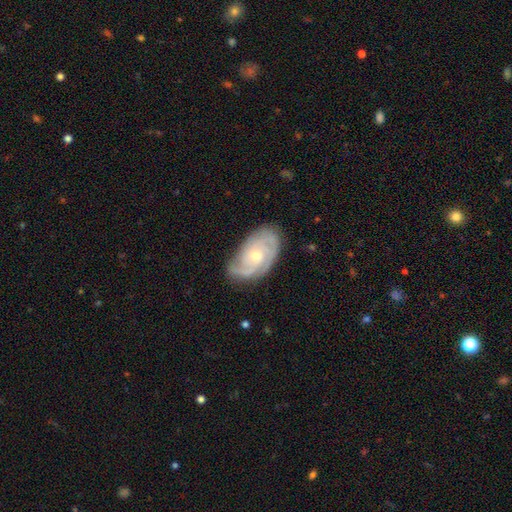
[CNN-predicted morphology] A featured or disk galaxy (85%) with no bar (69%), 3 (35%) tight (60%) spiral arms (96%) and a small central bulge (49%). Merging: none (73%).